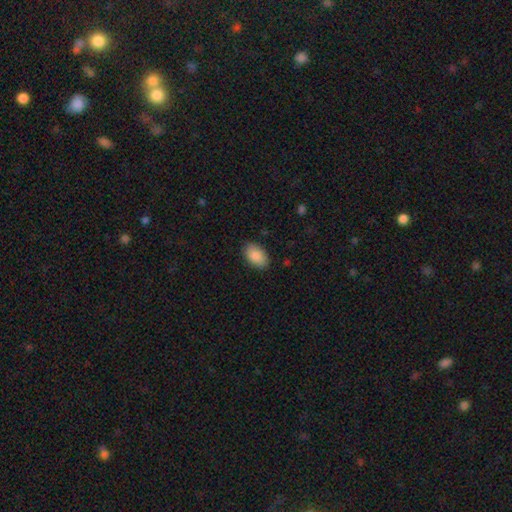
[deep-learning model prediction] smooth-or-featured: smooth: 89% | star or artifact: 7% | featured or disk: 5%
  how-rounded: in between: 92% | round: 6% | cigar-shaped: 1%
  merging: none: 86% | minor disturbance: 10% | major disturbance: 2% | merger: 1%